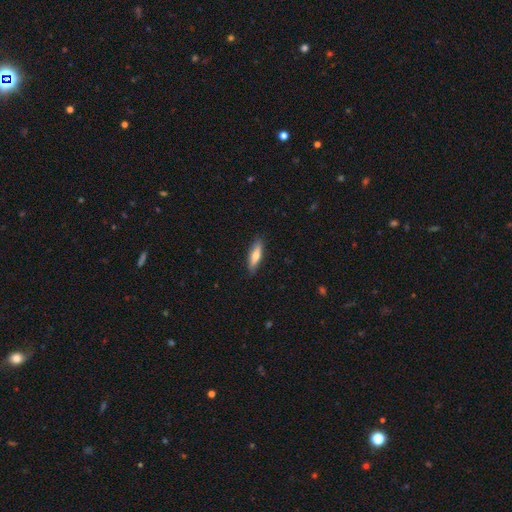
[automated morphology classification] A smooth galaxy with no disk features (65%) that is cigar-shaped (65%).

Vote fractions:
- Smooth or featured? smooth: 65% / featured or disk: 29% / star or artifact: 6%
- How rounded? cigar-shaped: 65% / in between: 33% / round: 2%
- Merging? none: 88% / minor disturbance: 9% / major disturbance: 2% / merger: 1%